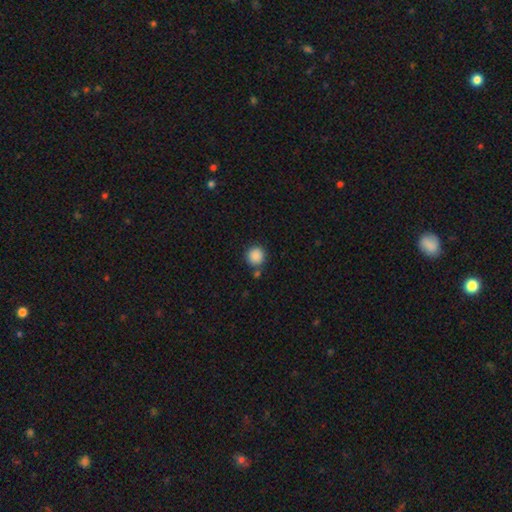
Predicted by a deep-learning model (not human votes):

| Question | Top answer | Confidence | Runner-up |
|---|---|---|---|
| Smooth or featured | smooth | 88% | star or artifact (8%) |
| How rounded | round | 92% | in between (7%) |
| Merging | none | 77% | minor disturbance (10%) |